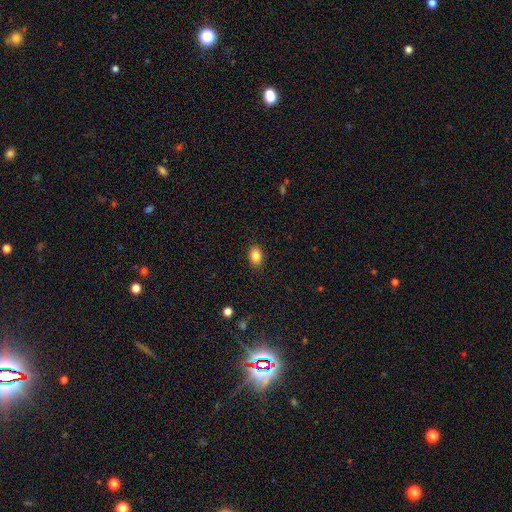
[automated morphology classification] Smooth or featured?
  - smooth: 86% *
  - star or artifact: 9%
  - featured or disk: 5%
How rounded?
  - in between: 80% *
  - round: 19%
  - cigar-shaped: 1%
Merging?
  - none: 89% *
  - minor disturbance: 8%
  - major disturbance: 2%
  - merger: 1%